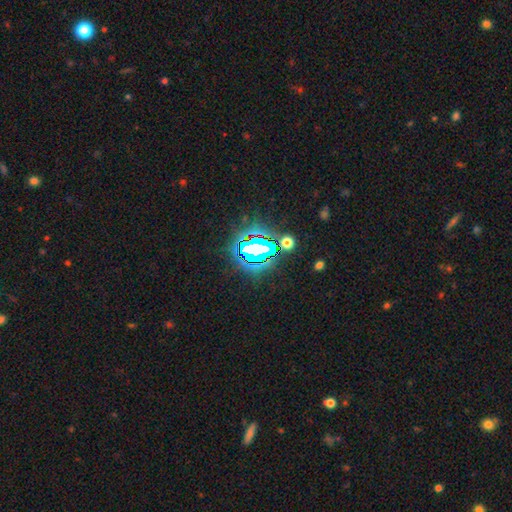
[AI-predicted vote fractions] Q: Smooth or featured?
A: star or artifact (80%); runner-up: smooth (12%)